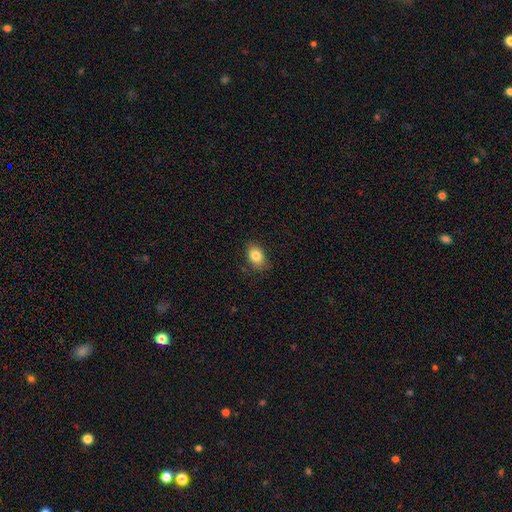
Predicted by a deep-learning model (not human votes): smooth-or-featured: smooth: 84% | star or artifact: 9% | featured or disk: 7%
  how-rounded: in between: 79% | round: 20% | cigar-shaped: 1%
  merging: none: 82% | minor disturbance: 14% | major disturbance: 3% | merger: 1%